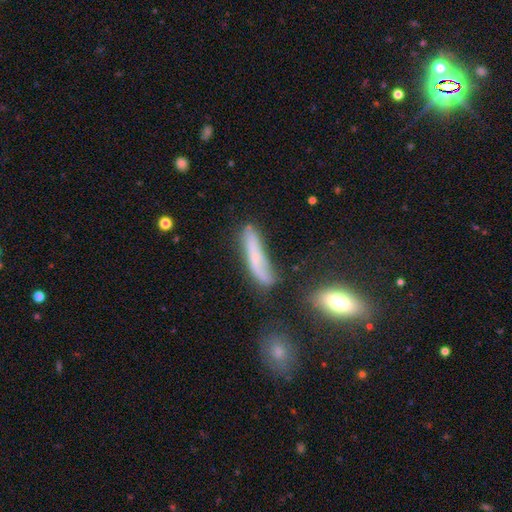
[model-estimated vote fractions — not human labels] Overall: smooth (58%; featured or disk 31%). How rounded: cigar-shaped (84%). Merging: none (57%; minor disturbance 25%).